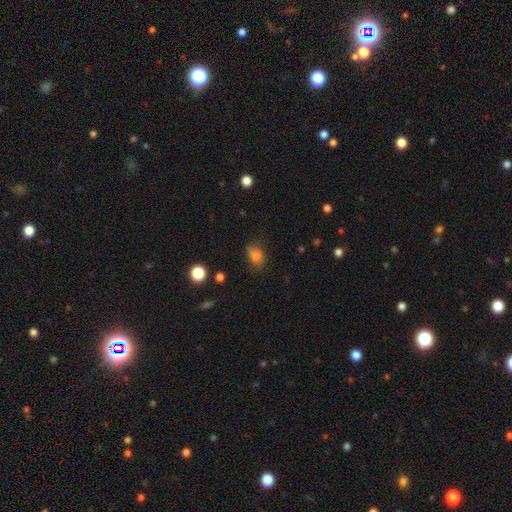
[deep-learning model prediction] This appears to be a smooth galaxy with no disk features (80%) that is in between round and cigar-shaped (64%). Merging: none (65%).